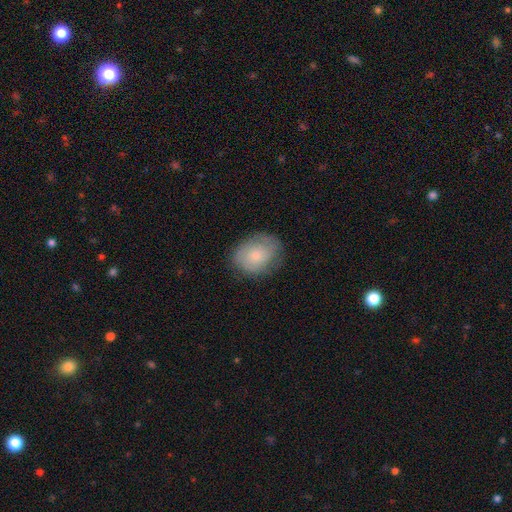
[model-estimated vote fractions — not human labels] Smooth or featured: smooth — 63% (featured or disk — 29%)
How rounded: in between — 52% (round — 47%)
Merging: none — 71% (minor disturbance — 21%)